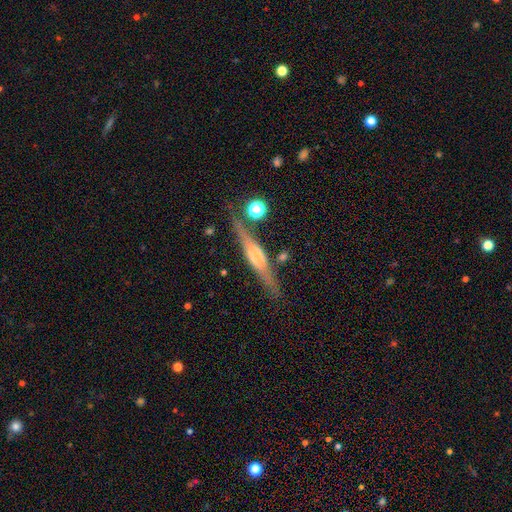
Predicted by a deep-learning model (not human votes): Overall: featured or disk (73%). Edge-on disk: yes (95%). Edge-on bulge: rounded (48%; boxy 40%). Merging: none (80%).